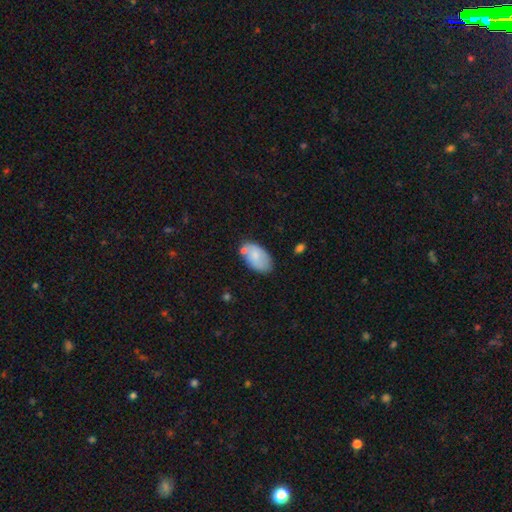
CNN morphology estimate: smooth 73%, featured or disk 20%, star or artifact 6%. Down the decision tree: how rounded — in between (94%); merging — none (66%).